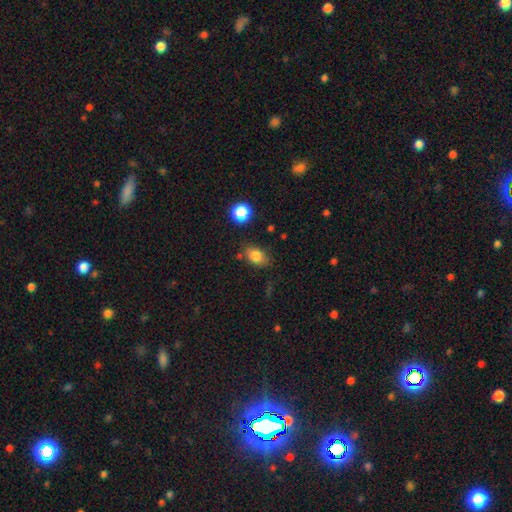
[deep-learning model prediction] Smooth or featured? smooth (81%)
How rounded? in between (78%)
Merging? none (75%)